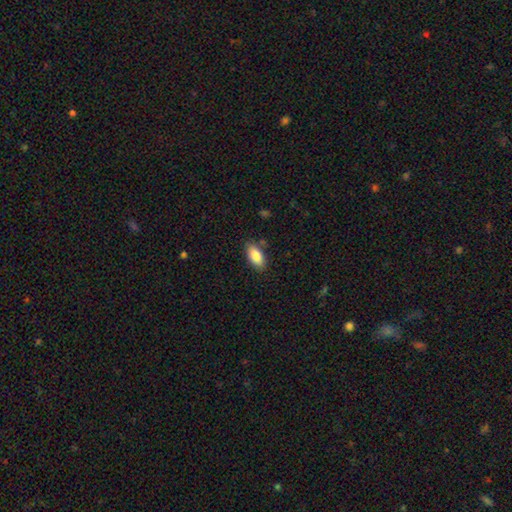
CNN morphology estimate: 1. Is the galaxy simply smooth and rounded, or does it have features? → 85% smooth, 8% featured or disk, 7% star or artifact.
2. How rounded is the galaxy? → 90% in between, 7% cigar-shaped, 3% round.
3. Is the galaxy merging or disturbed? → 83% none, 12% minor disturbance, 3% major disturbance, 3% merger.